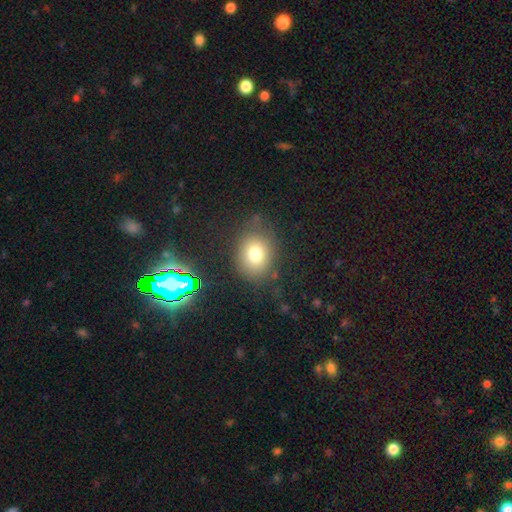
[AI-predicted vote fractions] This is likely a smooth galaxy (70%). How rounded: possibly in between (51%). Merging: likely none (78%).